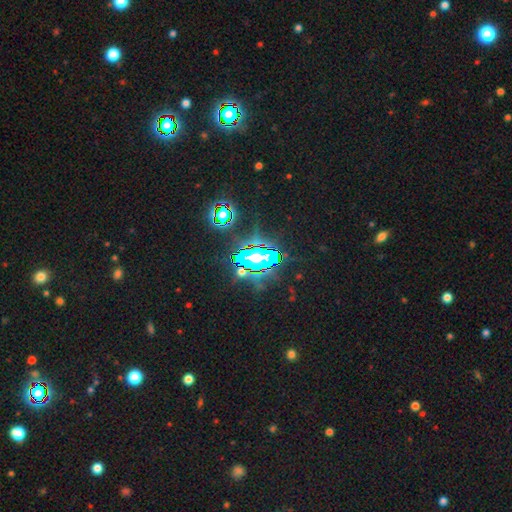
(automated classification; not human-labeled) A star or artifact, not a galaxy (82%).